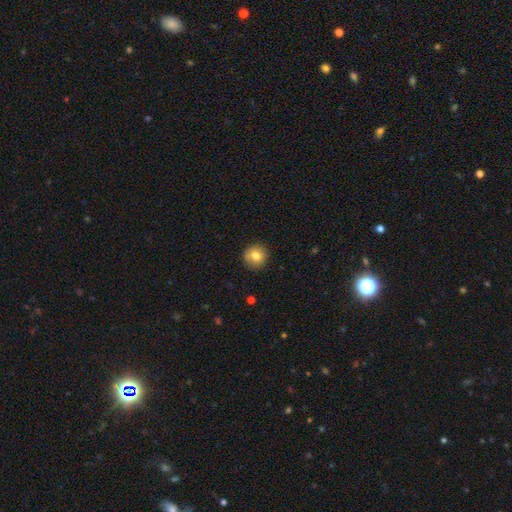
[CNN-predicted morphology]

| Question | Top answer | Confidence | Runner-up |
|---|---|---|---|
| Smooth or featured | smooth | 80% | featured or disk (10%) |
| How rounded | round | 93% | in between (6%) |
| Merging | none | 87% | minor disturbance (9%) |